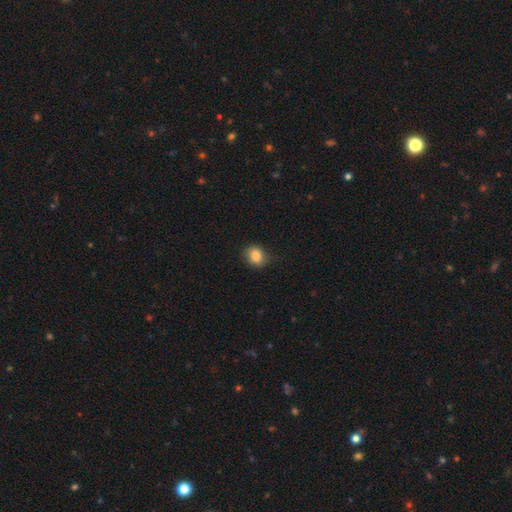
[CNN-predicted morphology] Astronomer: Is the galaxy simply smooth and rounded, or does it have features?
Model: smooth — 84%.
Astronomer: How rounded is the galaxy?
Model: round — 65%.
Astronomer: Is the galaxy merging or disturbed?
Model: none — 82%.